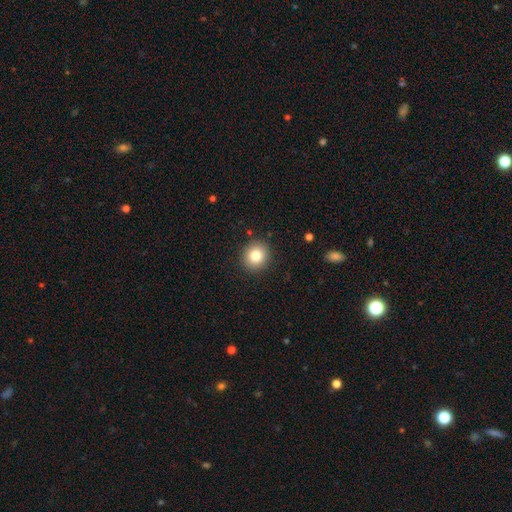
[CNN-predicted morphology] type=smooth (81%); roundness=round (88%); merging=none (91%).